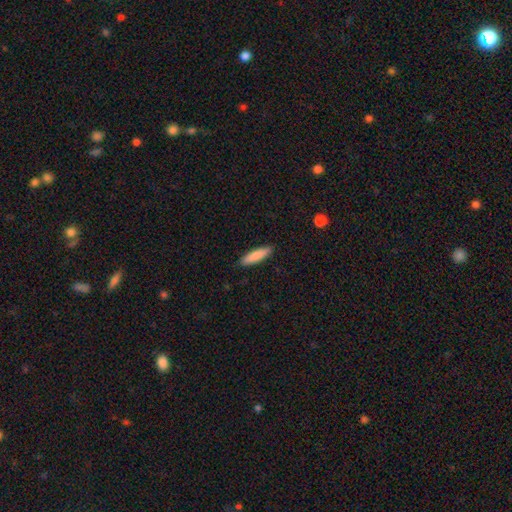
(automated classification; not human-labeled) Smooth or featured? smooth (85%)
How rounded? cigar-shaped (75%)
Merging? none (90%)